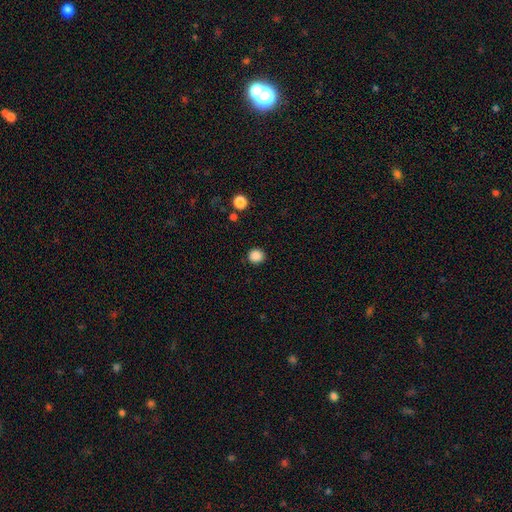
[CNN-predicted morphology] type=smooth (87%); roundness=round (89%); merging=none (90%).